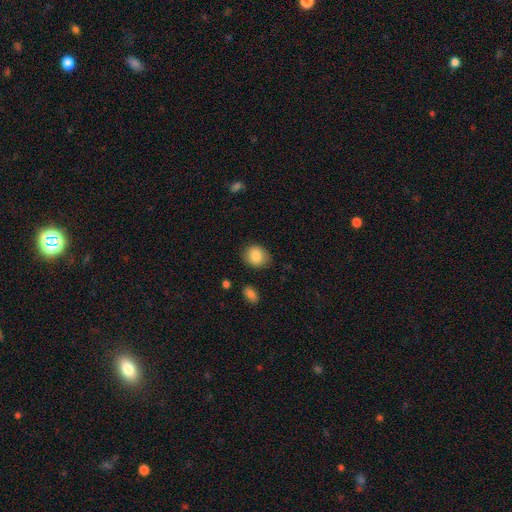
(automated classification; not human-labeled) smooth_or_featured: smooth (p=0.85) [alt: star or artifact p=0.08]
how_rounded: round (p=0.64) [alt: in between p=0.35]
merging: none (p=0.83) [alt: minor disturbance p=0.12]